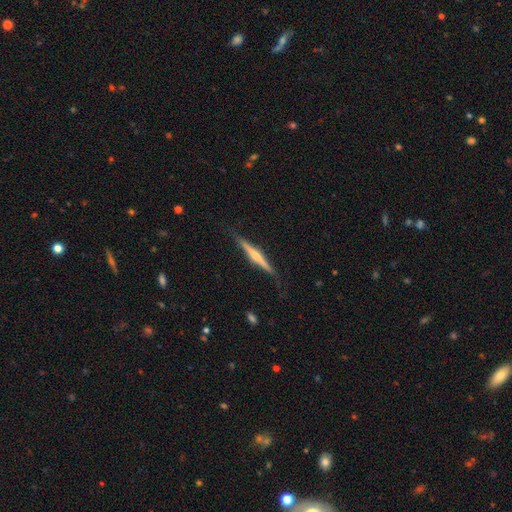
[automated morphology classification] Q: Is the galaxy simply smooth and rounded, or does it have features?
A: featured or disk — 70%.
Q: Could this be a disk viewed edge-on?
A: yes — 98%.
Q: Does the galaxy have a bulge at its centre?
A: rounded — 77%.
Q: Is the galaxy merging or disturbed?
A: none — 83%.